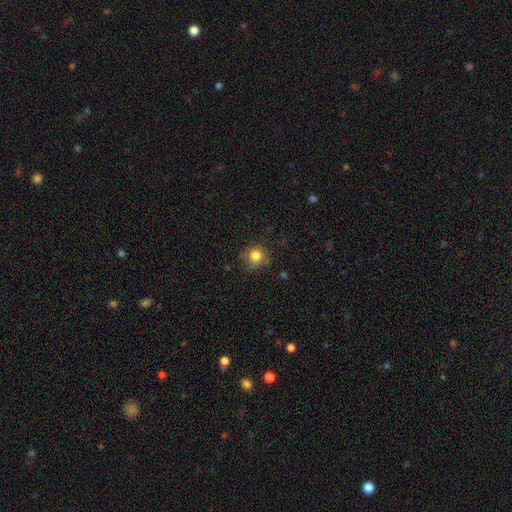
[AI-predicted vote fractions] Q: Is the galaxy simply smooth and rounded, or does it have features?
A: smooth — 80%.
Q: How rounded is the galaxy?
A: round — 86%.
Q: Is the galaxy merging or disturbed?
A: none — 65%.